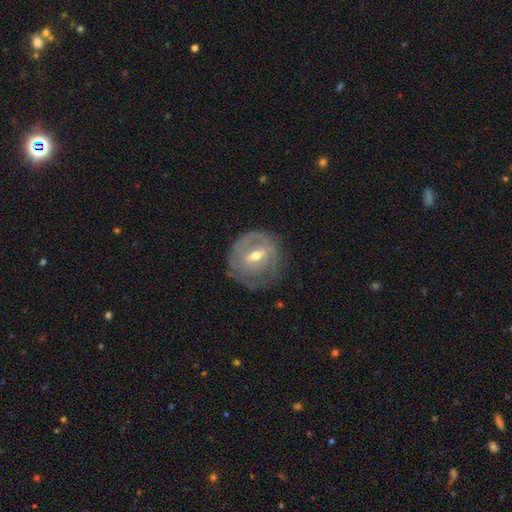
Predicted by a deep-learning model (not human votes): Smooth or featured? Predicted: featured or disk (p=0.72). Edge-on disk? Predicted: no (p=0.94). Bar? Predicted: weak (p=0.51). Spiral arms? Predicted: yes (p=0.67). Bulge size? Predicted: moderate (p=0.64). Merging? Predicted: none (p=0.66).